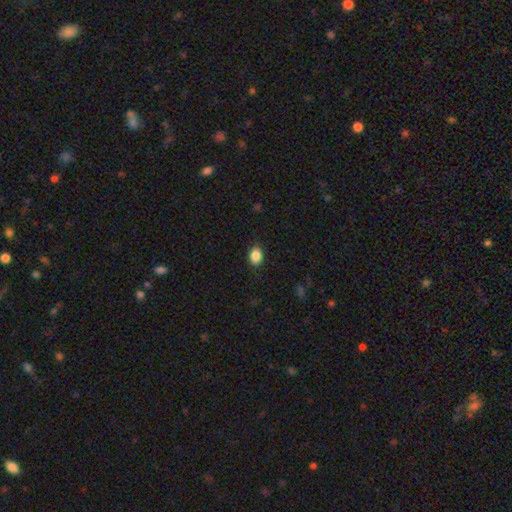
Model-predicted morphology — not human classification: Smooth or featured? Predicted: smooth (p=0.87). How rounded? Predicted: in between (p=0.71). Merging? Predicted: none (p=0.86).